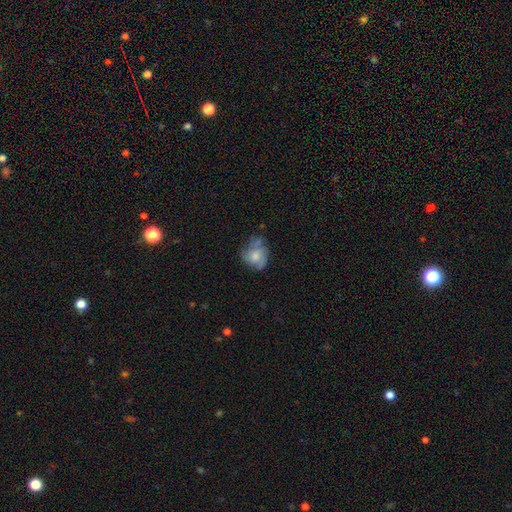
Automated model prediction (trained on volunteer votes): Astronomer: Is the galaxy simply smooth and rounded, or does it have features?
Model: smooth — 49% (runner-up: featured or disk, 42%).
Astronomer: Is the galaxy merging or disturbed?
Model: none — 47% (runner-up: minor disturbance, 29%).